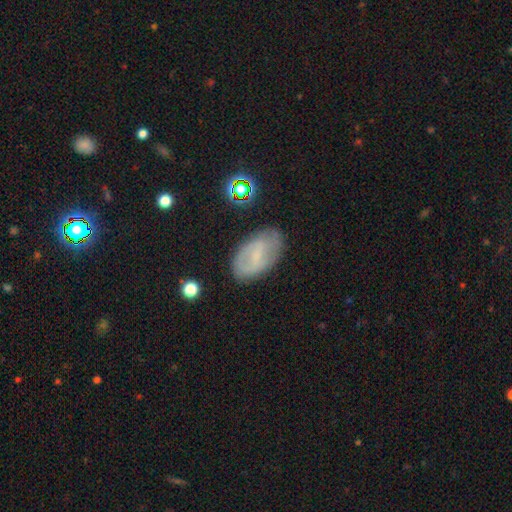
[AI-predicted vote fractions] Overall: smooth (47%; featured or disk 43%). Merging: none (75%).